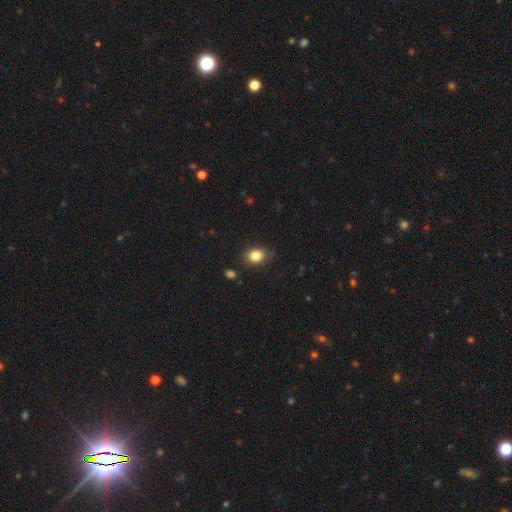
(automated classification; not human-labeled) Q: Smooth or featured?
A: smooth (84%); runner-up: star or artifact (10%)
Q: How rounded?
A: in between (51%); runner-up: round (48%)
Q: Merging?
A: none (84%); runner-up: minor disturbance (12%)